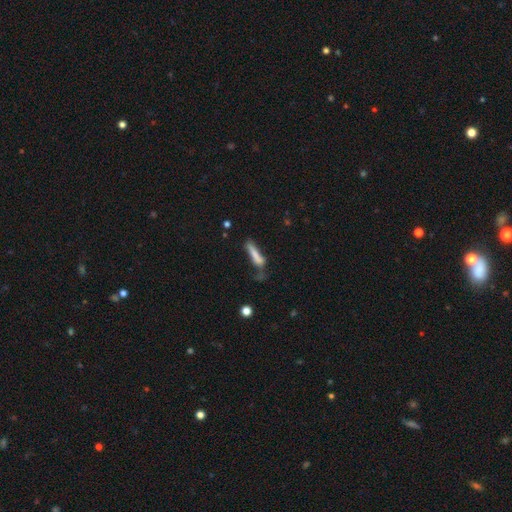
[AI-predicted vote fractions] Overall: smooth (69%). How rounded: cigar-shaped (83%). Merging: none (39%; minor disturbance 27%).